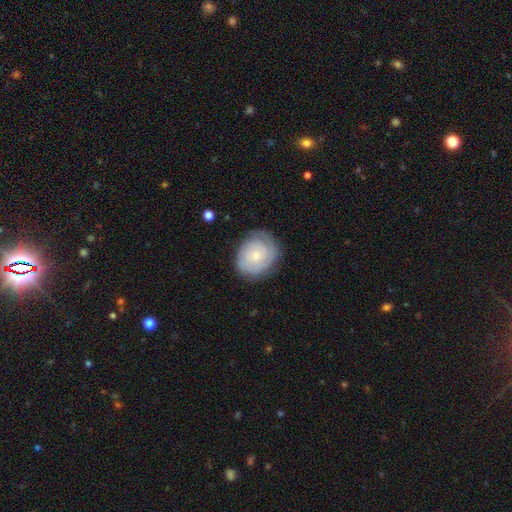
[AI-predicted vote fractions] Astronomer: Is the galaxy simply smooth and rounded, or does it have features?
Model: featured or disk — 55% (runner-up: smooth, 39%).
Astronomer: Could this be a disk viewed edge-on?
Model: no — 97%.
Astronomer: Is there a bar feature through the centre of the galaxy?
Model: no — 82%.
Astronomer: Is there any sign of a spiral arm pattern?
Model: yes — 81%.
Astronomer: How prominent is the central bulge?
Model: small — 63%.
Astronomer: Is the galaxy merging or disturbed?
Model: none — 73%.